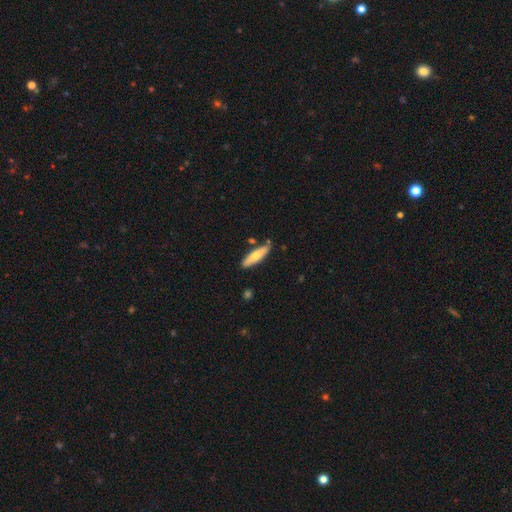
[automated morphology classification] A smooth galaxy with no disk features (68%) that is cigar-shaped (71%). Merging: none (82%).